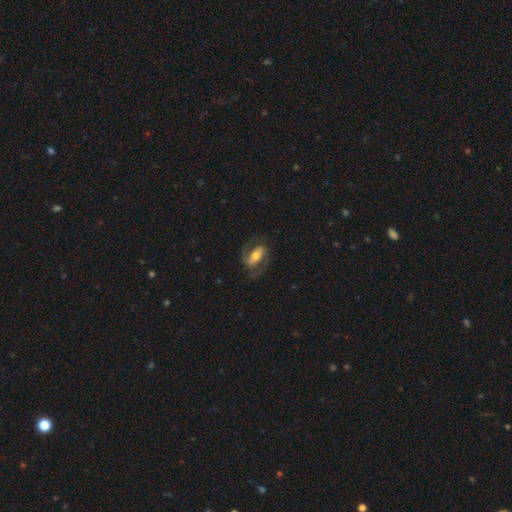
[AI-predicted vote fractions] This is likely a featured or disk galaxy (73%). It is clearly not viewed edge-on (95%). Bar: marginally strong (45%). Spiral arm pattern: clearly yes (90%). Spiral arm count: clearly 2 (89%). Spiral winding: possibly medium (53%). Central bulge: possibly moderate (60%). Merging: likely none (71%).